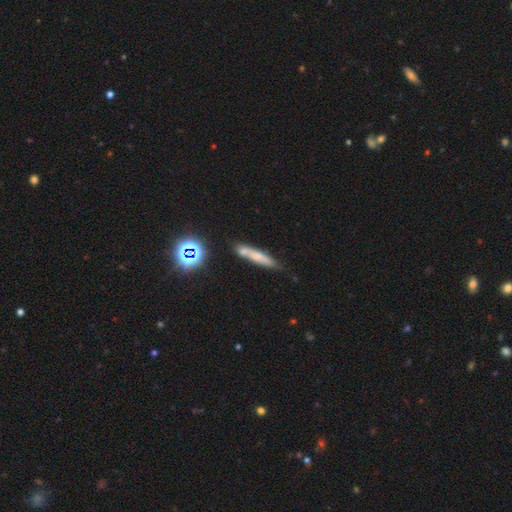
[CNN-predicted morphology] A smooth galaxy with no disk features (57%) that is cigar-shaped (87%).

Vote fractions:
- Smooth or featured? smooth: 57% / featured or disk: 27% / star or artifact: 16%
- How rounded? cigar-shaped: 87% / in between: 10% / round: 4%
- Merging? none: 64% / minor disturbance: 16% / merger: 15% / major disturbance: 5%